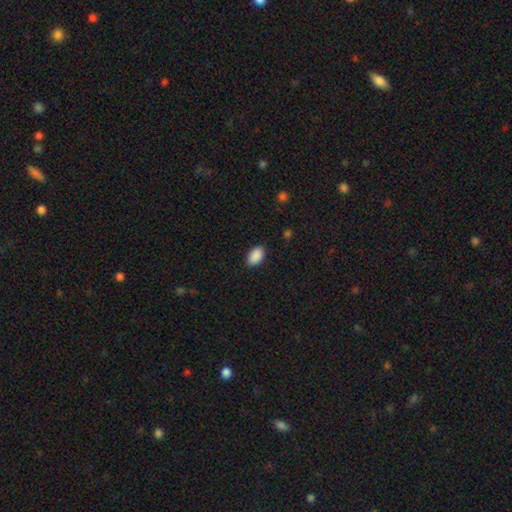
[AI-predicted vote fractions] Morphology: type=smooth (90%); roundness=in between (92%); merging=none (88%).